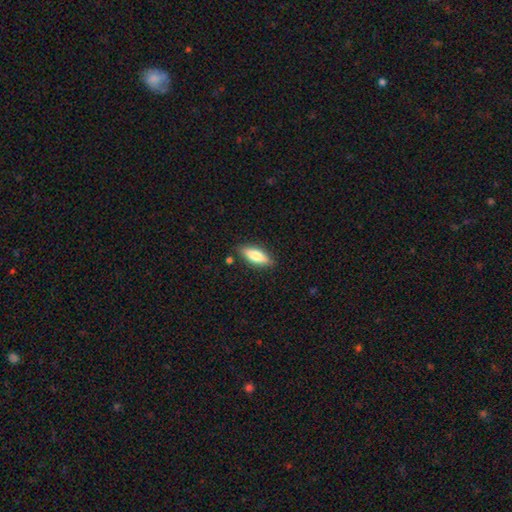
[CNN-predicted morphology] smooth 75%, featured or disk 19%, star or artifact 6%. Down the decision tree: how rounded — in between (62%); merging — none (85%).